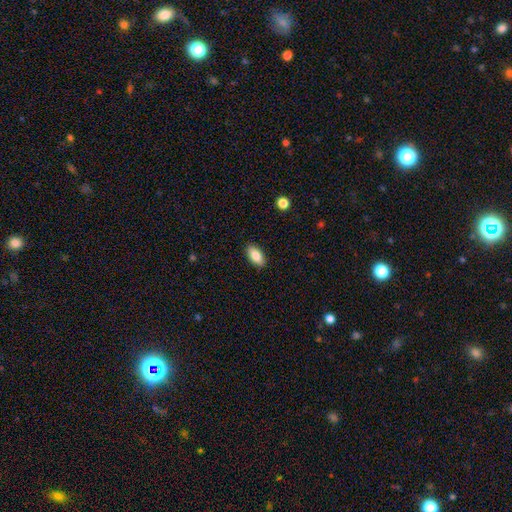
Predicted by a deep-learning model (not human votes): Q: Smooth or featured?
A: smooth (85%); runner-up: featured or disk (8%)
Q: How rounded?
A: in between (91%); runner-up: cigar-shaped (6%)
Q: Merging?
A: none (88%); runner-up: minor disturbance (9%)